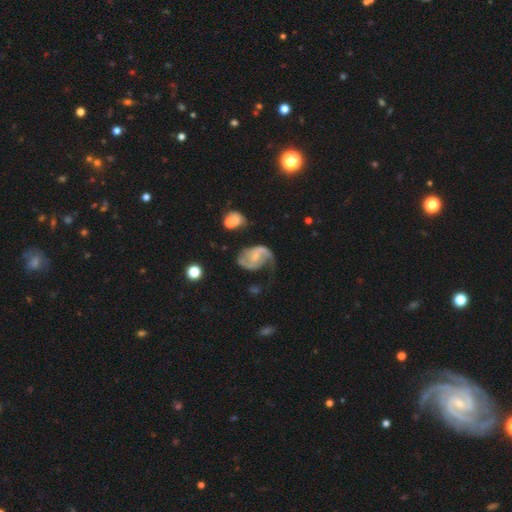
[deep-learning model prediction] featured or disk 84%, smooth 10%, star or artifact 6%. Down the decision tree: edge-on disk — no (98%); bar — weak (49%); spiral arms — yes (94%); spiral arm count — 2 (79%); spiral winding — medium (50%); bulge size — small (48%); merging — none (46%).